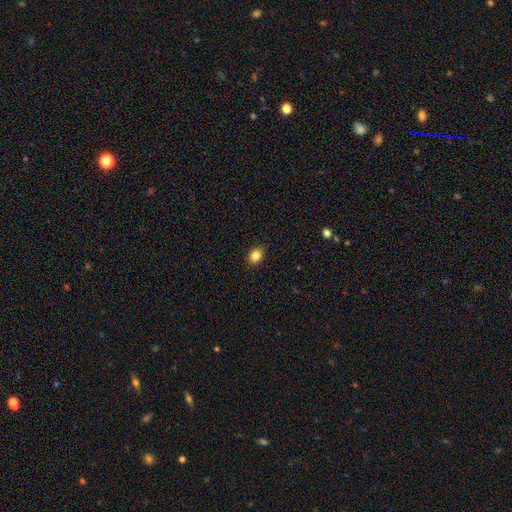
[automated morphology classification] Smooth or featured: smooth — 85% (star or artifact — 10%)
How rounded: in between — 57% (round — 42%)
Merging: none — 90% (minor disturbance — 8%)